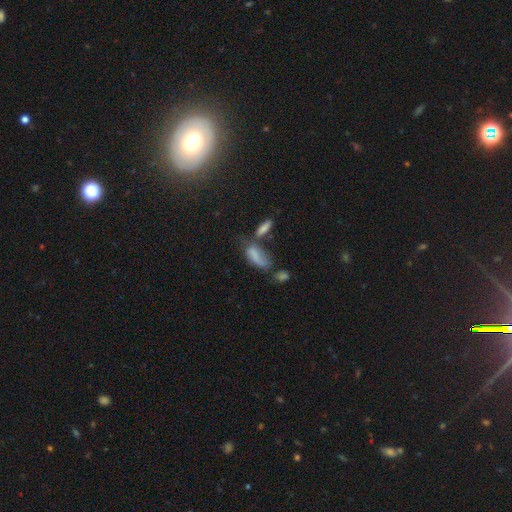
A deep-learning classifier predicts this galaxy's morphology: Smooth or featured?
  - smooth: 70% *
  - featured or disk: 19%
  - star or artifact: 11%
How rounded?
  - in between: 72% *
  - cigar-shaped: 24%
  - round: 3%
Merging?
  - merger: 33% *
  - none: 26%
  - major disturbance: 21%
  - minor disturbance: 20%